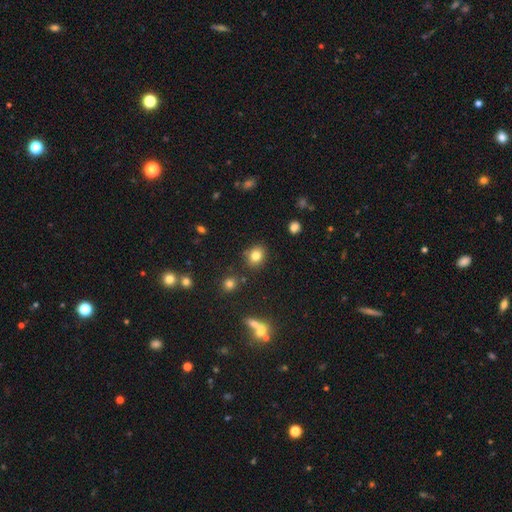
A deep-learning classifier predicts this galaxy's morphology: Smooth or featured?
  - smooth: 80% *
  - star or artifact: 12%
  - featured or disk: 8%
How rounded?
  - round: 59% *
  - in between: 40%
  - cigar-shaped: 1%
Merging?
  - none: 82% *
  - minor disturbance: 10%
  - merger: 5%
  - major disturbance: 3%